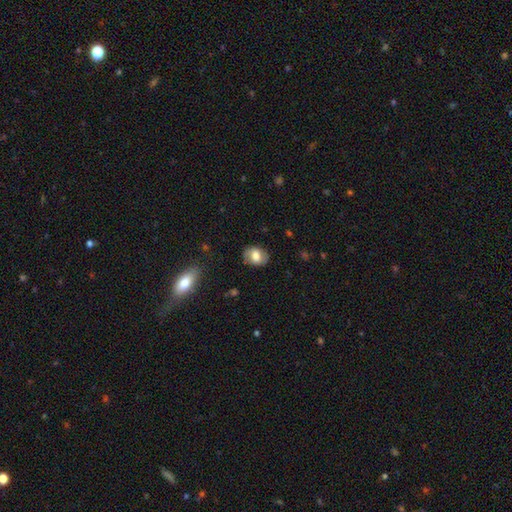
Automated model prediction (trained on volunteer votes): smooth_or_featured: smooth (p=0.65) [alt: featured or disk p=0.27]
how_rounded: in between (p=0.61) [alt: round p=0.38]
merging: none (p=0.77) [alt: minor disturbance p=0.16]